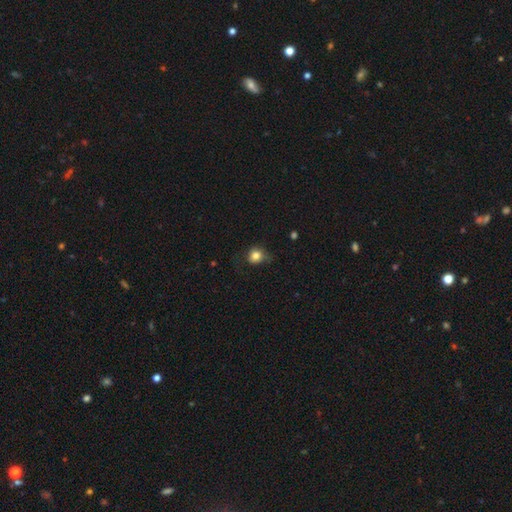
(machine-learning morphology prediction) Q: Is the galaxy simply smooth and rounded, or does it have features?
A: smooth — 82%.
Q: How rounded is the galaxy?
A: round — 78%.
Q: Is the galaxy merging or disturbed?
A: none — 61%.